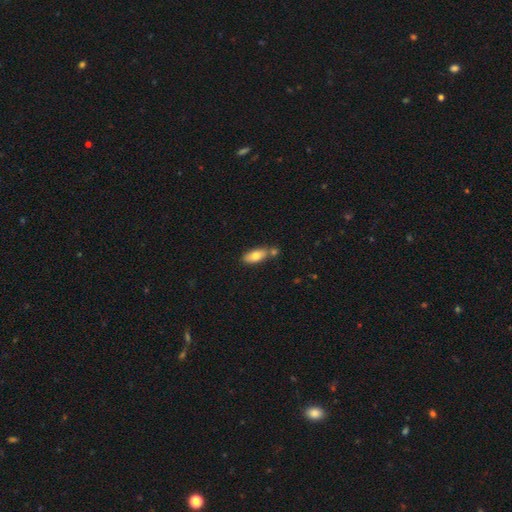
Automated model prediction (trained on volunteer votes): This appears to be a smooth galaxy with no disk features (75%) that is in between round and cigar-shaped (82%). Merging: none (55%).